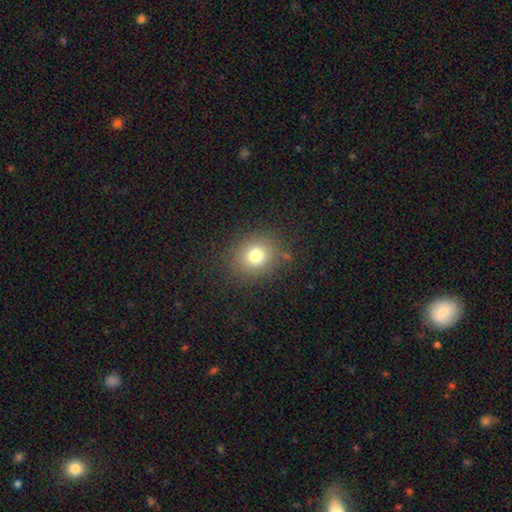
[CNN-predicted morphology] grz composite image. It shows a smooth galaxy with no disk features (76%) that is round (80%). Merging: none (86%).